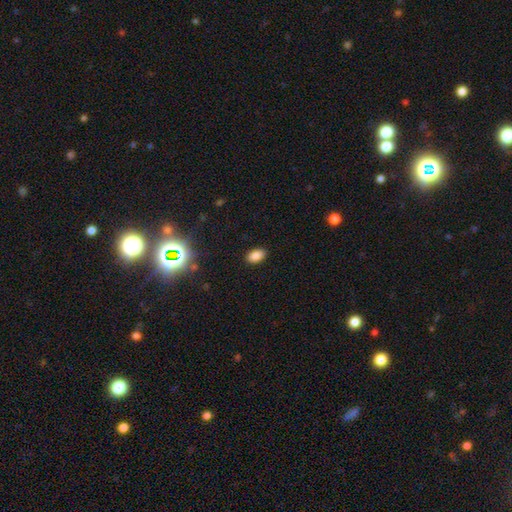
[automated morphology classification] type=smooth (85%); roundness=in between (92%); merging=none (88%).